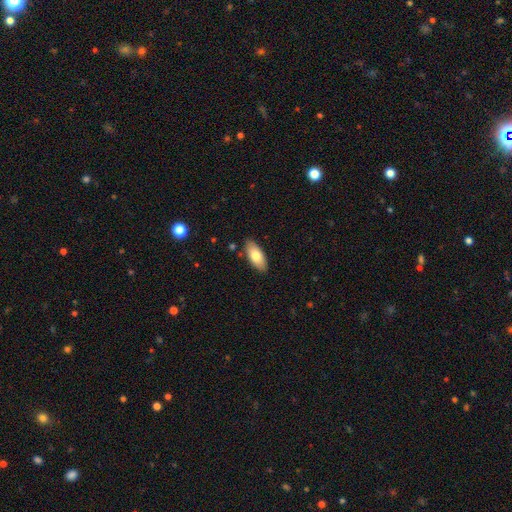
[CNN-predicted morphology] Smooth or featured? Predicted: smooth (p=0.77). How rounded? Predicted: in between (p=0.88). Merging? Predicted: none (p=0.86).